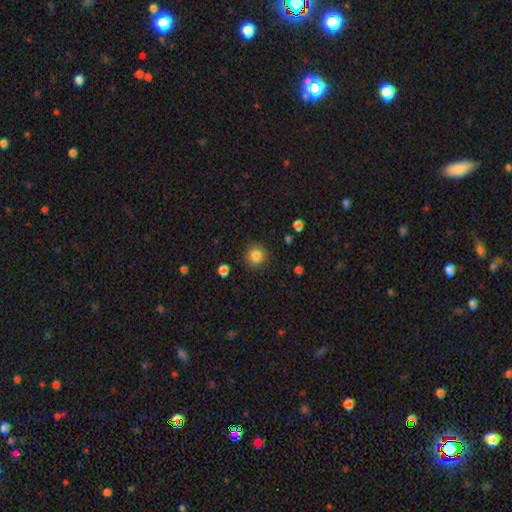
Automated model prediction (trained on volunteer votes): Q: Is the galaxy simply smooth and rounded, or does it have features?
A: smooth — 86%.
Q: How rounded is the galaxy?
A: round — 84%.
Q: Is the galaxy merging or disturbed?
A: none — 85%.